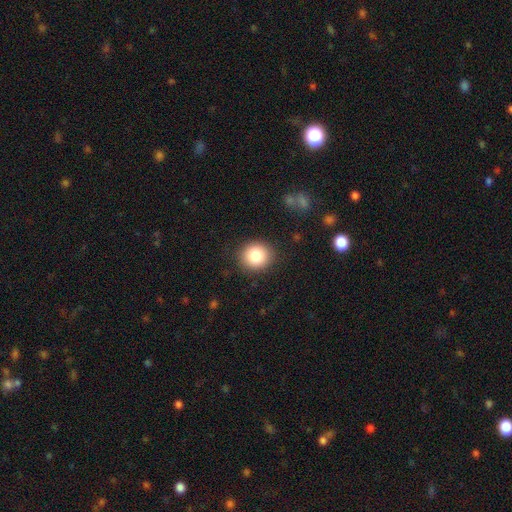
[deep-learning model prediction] smooth-or-featured: smooth: 83% | star or artifact: 10% | featured or disk: 8%
  how-rounded: round: 82% | in between: 17% | cigar-shaped: 1%
  merging: none: 89% | minor disturbance: 8% | major disturbance: 3% | merger: 1%